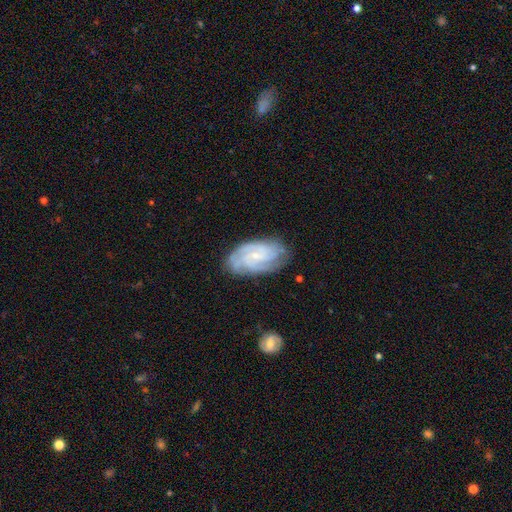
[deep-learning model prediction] Q: Smooth or featured?
A: featured or disk (83%); runner-up: smooth (11%)
Q: Edge-on disk?
A: no (97%); runner-up: yes (3%)
Q: Bar?
A: no (61%); runner-up: weak (33%)
Q: Spiral arms?
A: yes (97%); runner-up: no (3%)
Q: Spiral winding?
A: tight (63%); runner-up: medium (31%)
Q: Spiral arm count?
A: 3 (27%); runner-up: can't tell (24%)
Q: Bulge size?
A: small (78%); runner-up: moderate (16%)
Q: Merging?
A: none (75%); runner-up: minor disturbance (18%)